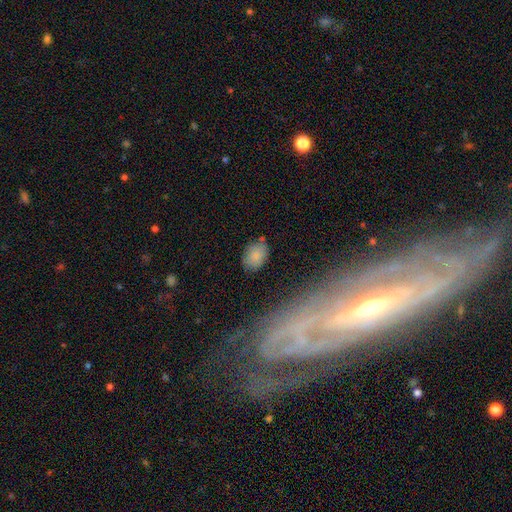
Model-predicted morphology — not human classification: smooth-or-featured: smooth: 83% | star or artifact: 9% | featured or disk: 8%
  how-rounded: in between: 74% | round: 24% | cigar-shaped: 1%
  merging: none: 74% | minor disturbance: 18% | major disturbance: 4% | merger: 4%